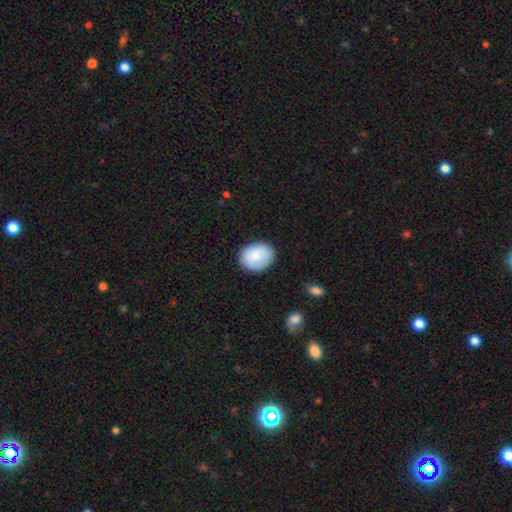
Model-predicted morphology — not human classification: Overall: smooth (82%). How rounded: in between (52%; round 47%). Merging: none (81%).